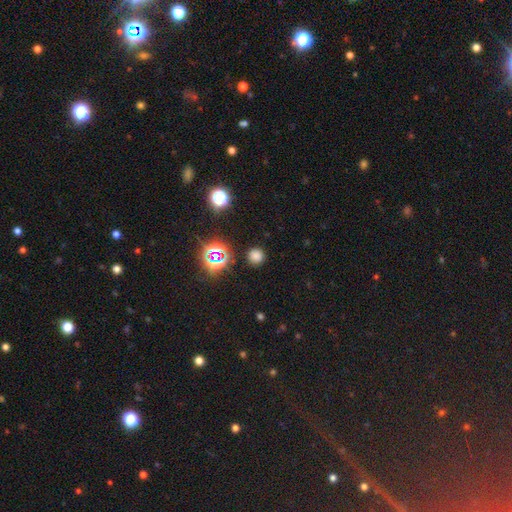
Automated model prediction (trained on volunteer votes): Smooth or featured? Predicted: smooth (p=0.69). How rounded? Predicted: round (p=0.93). Merging? Predicted: none (p=0.89).